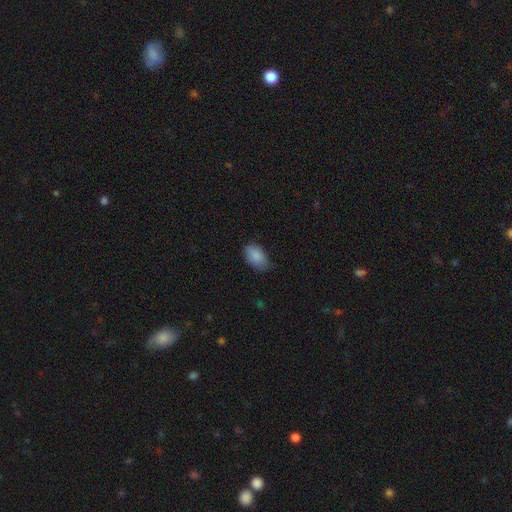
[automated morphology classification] Q: Smooth or featured?
A: smooth (88%); runner-up: star or artifact (7%)
Q: How rounded?
A: in between (92%); runner-up: round (6%)
Q: Merging?
A: none (74%); runner-up: minor disturbance (22%)